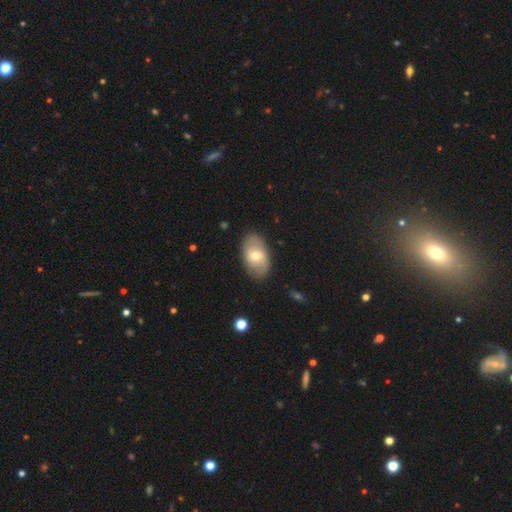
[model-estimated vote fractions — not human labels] A smooth galaxy with no disk features (57%) that is in between round and cigar-shaped (91%). Merging: none (83%).